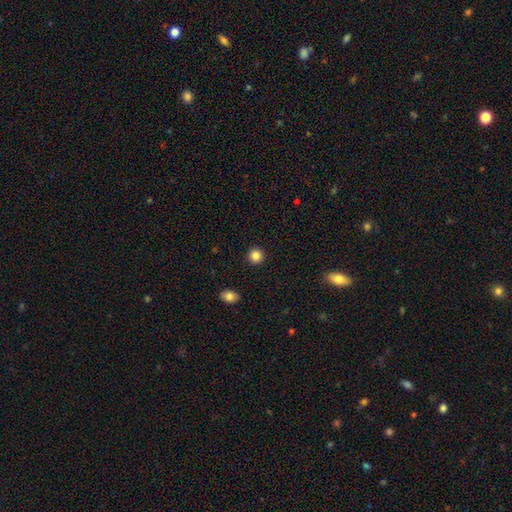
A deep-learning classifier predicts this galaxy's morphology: Q: Smooth or featured?
A: smooth (86%); runner-up: star or artifact (10%)
Q: How rounded?
A: round (94%); runner-up: in between (5%)
Q: Merging?
A: none (93%); runner-up: minor disturbance (4%)